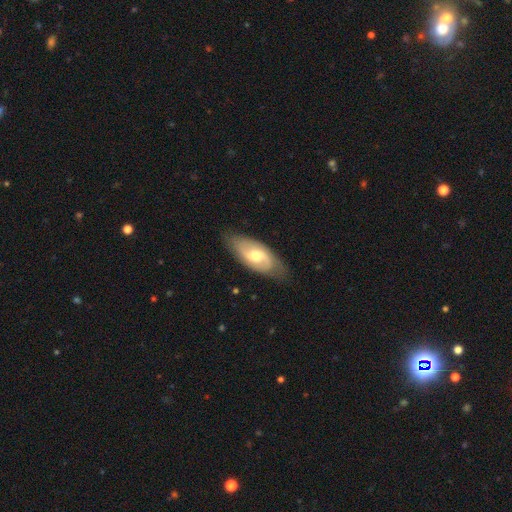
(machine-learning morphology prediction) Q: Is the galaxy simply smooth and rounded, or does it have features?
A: featured or disk — 62%.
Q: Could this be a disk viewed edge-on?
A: no — 89%.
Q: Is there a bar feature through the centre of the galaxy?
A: no — 45%.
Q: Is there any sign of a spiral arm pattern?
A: yes — 80%.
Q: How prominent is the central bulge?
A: moderate — 69%.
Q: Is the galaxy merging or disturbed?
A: none — 77%.